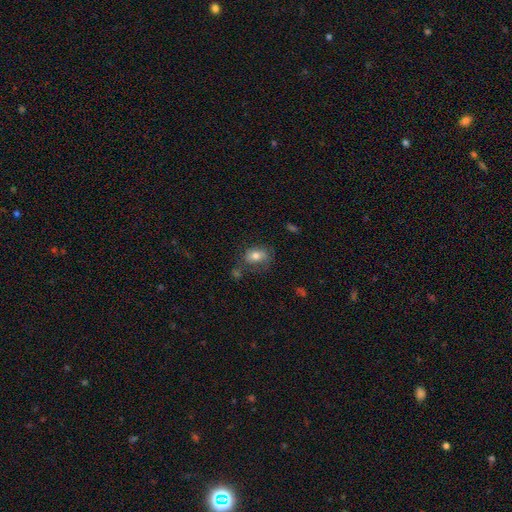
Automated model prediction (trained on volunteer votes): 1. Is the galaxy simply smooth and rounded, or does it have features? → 68% smooth, 23% featured or disk, 9% star or artifact.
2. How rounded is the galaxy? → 67% in between, 32% round, 1% cigar-shaped.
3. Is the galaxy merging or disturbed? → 47% none, 26% minor disturbance, 19% major disturbance, 8% merger.